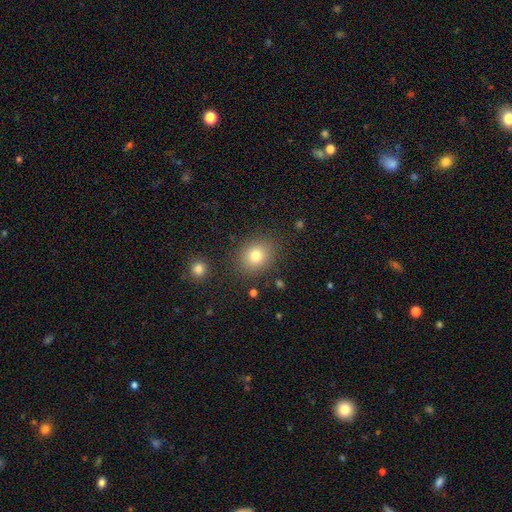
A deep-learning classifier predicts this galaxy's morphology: This appears to be a smooth galaxy with no disk features (79%) that is round (69%). Merging: none (85%).